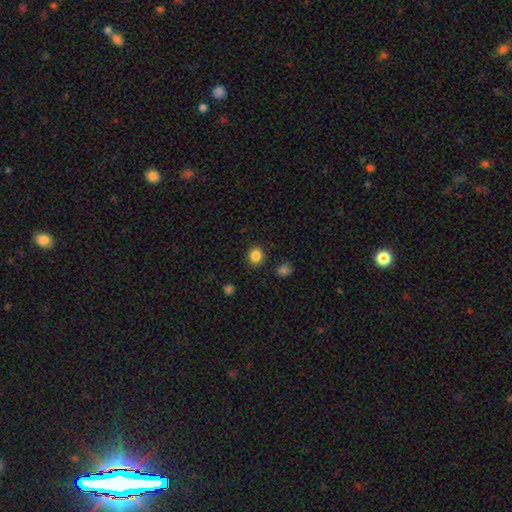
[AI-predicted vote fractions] smooth_or_featured: smooth (p=0.85) [alt: star or artifact p=0.11]
how_rounded: round (p=0.89) [alt: in between p=0.10]
merging: none (p=0.91) [alt: minor disturbance p=0.05]